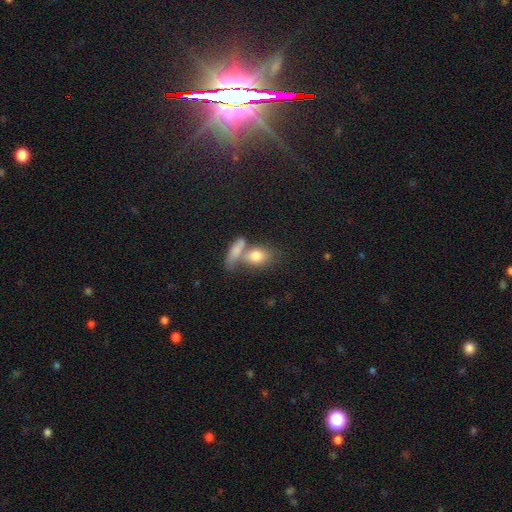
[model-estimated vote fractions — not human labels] smooth_or_featured: smooth (p=0.77) [alt: featured or disk p=0.15]
how_rounded: in between (p=0.76) [alt: round p=0.16]
merging: merger (p=0.48) [alt: none p=0.35]